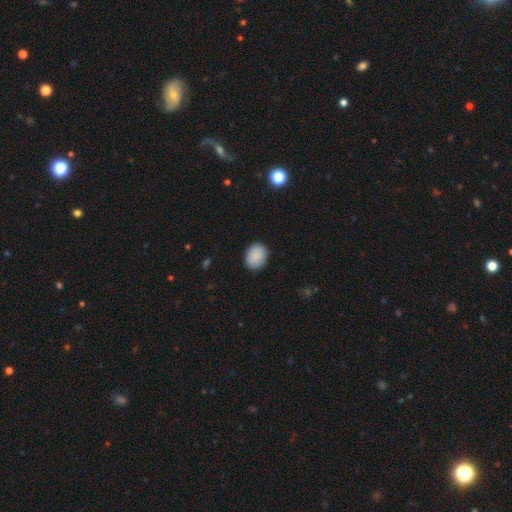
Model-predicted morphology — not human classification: A smooth galaxy with no disk features (89%) that is in between round and cigar-shaped (55%).

Vote fractions:
- Smooth or featured? smooth: 89% / star or artifact: 7% / featured or disk: 3%
- How rounded? in between: 55% / round: 44% / cigar-shaped: 1%
- Merging? none: 88% / minor disturbance: 8% / major disturbance: 2% / merger: 1%